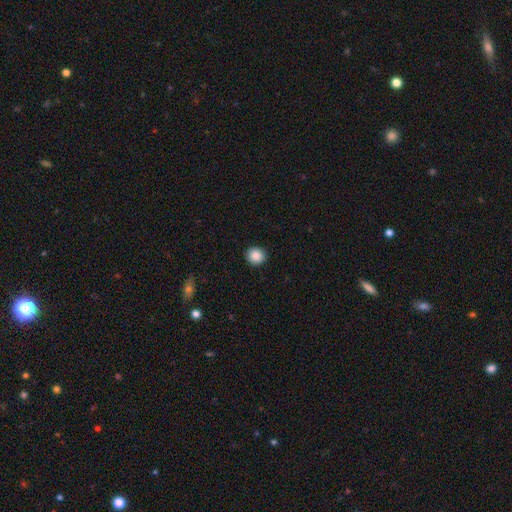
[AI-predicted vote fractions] Morphology: type=smooth (88%); roundness=round (87%); merging=none (92%).